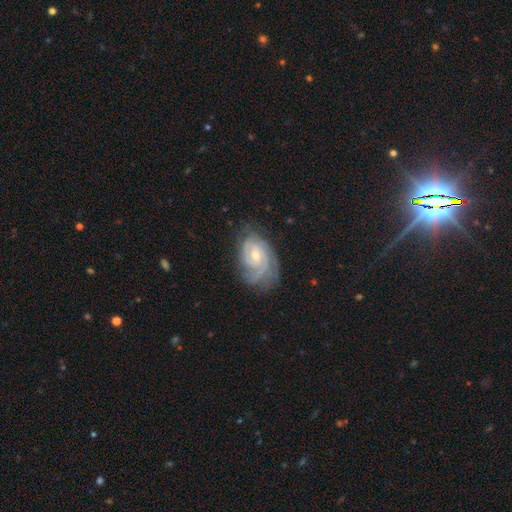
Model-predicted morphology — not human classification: Smooth or featured: featured or disk — 87% (smooth — 8%)
Edge-on disk: no — 97% (yes — 3%)
Bar: no — 53% (weak — 39%)
Spiral arms: yes — 97% (no — 3%)
Spiral winding: tight — 67% (medium — 27%)
Spiral arm count: 3 — 30% (2 — 28%)
Bulge size: small — 49% (moderate — 47%)
Merging: none — 66% (minor disturbance — 23%)